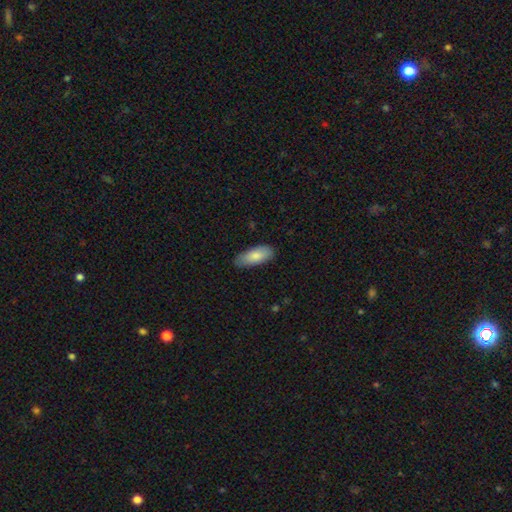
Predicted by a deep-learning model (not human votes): Q: Smooth or featured?
A: smooth (84%); runner-up: featured or disk (11%)
Q: How rounded?
A: in between (81%); runner-up: cigar-shaped (17%)
Q: Merging?
A: none (81%); runner-up: minor disturbance (15%)